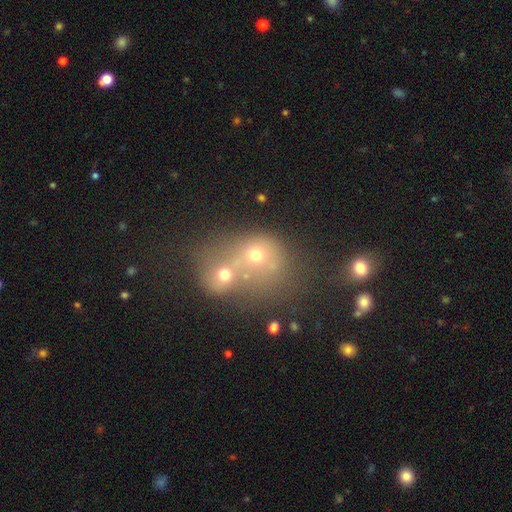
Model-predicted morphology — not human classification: The model was most divided on "smooth or featured": smooth: 57%, featured or disk: 23%, star or artifact: 20%. More confident: how rounded — round (70%); merging — merger (68%).